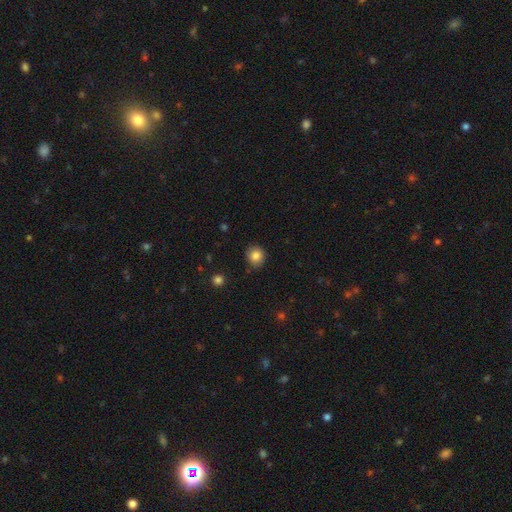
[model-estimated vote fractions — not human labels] A smooth galaxy with no disk features (85%) that is round (86%). Merging: none (86%).